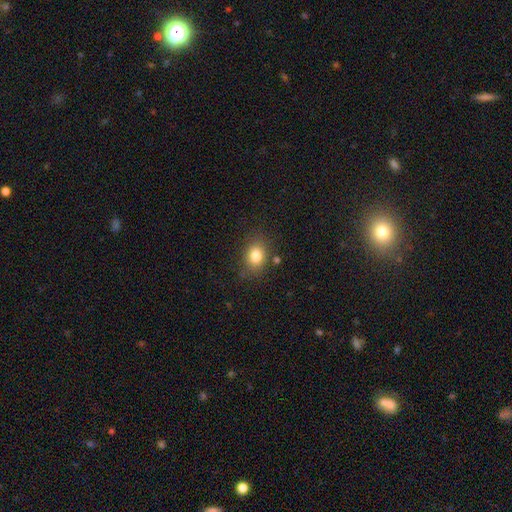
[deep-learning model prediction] smooth_or_featured: smooth (p=0.82) [alt: star or artifact p=0.11]
how_rounded: in between (p=0.54) [alt: round p=0.44]
merging: none (p=0.79) [alt: minor disturbance p=0.13]